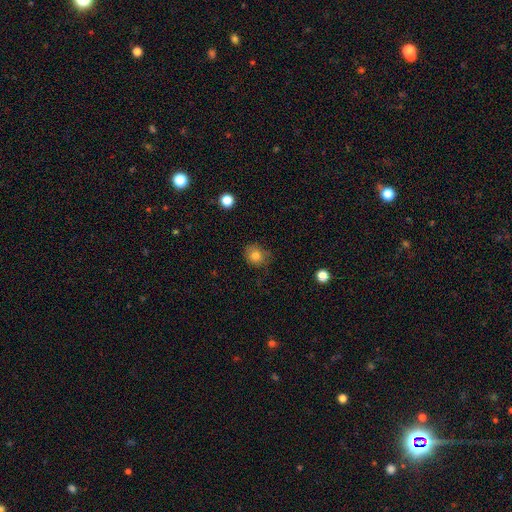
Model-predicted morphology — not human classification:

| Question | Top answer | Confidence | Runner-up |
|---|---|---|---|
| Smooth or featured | smooth | 80% | star or artifact (11%) |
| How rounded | round | 75% | in between (25%) |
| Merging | none | 73% | minor disturbance (21%) |